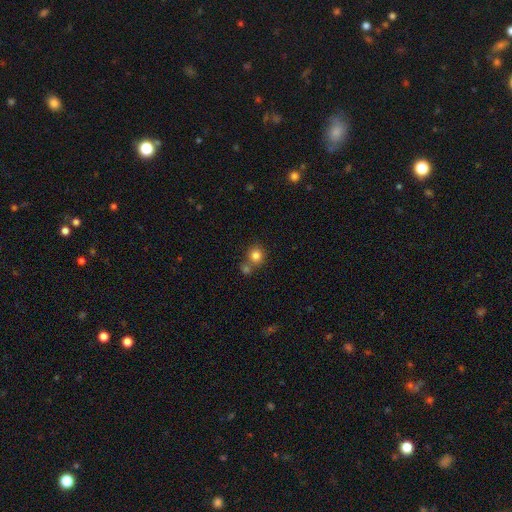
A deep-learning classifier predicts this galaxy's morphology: This is clearly a smooth galaxy (82%). How rounded: clearly round (88%). Merging: likely none (61%).